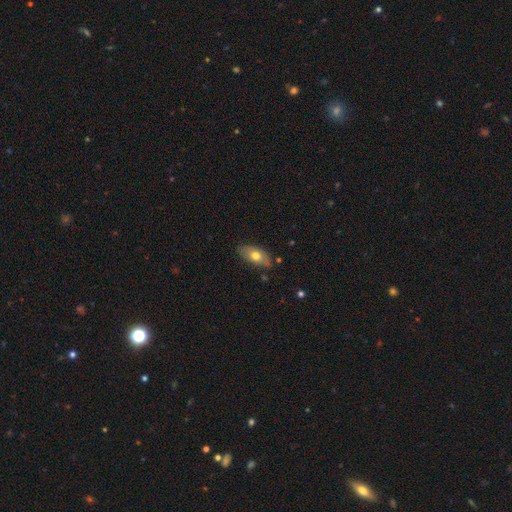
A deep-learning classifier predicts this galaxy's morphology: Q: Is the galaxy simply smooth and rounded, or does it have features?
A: smooth — 64%.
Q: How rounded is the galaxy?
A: in between — 89%.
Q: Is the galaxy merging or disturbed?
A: none — 78%.